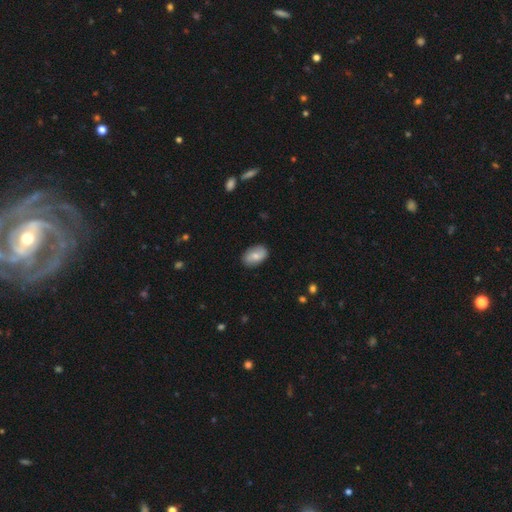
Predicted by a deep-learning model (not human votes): Smooth or featured? smooth (68%)
How rounded? in between (90%)
Merging? none (85%)